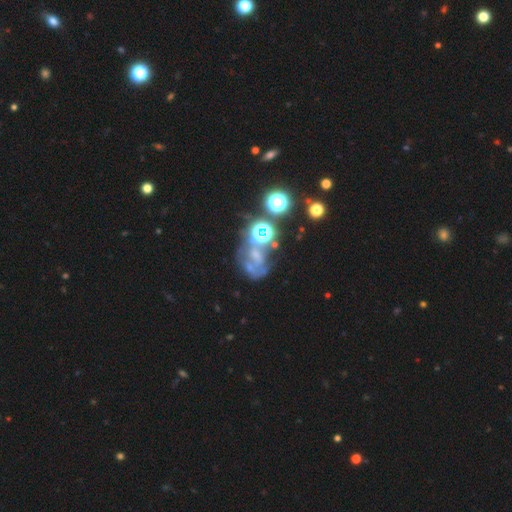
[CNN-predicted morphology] smooth_or_featured: featured or disk (p=0.42) [alt: star or artifact p=0.39]
merging: none (p=0.32) [alt: merger p=0.26]